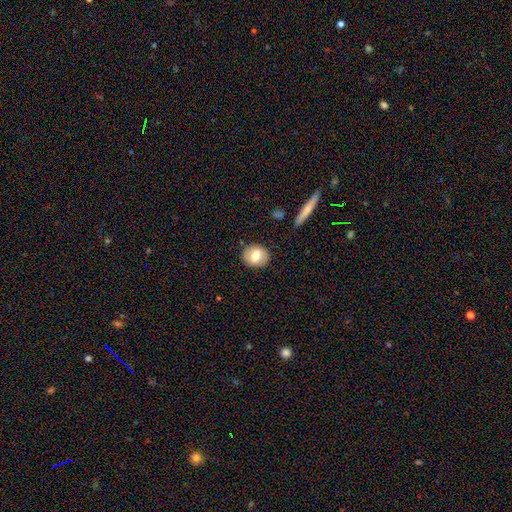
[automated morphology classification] Q: Smooth or featured?
A: smooth (71%); runner-up: featured or disk (21%)
Q: How rounded?
A: round (72%); runner-up: in between (27%)
Q: Merging?
A: none (87%); runner-up: minor disturbance (9%)